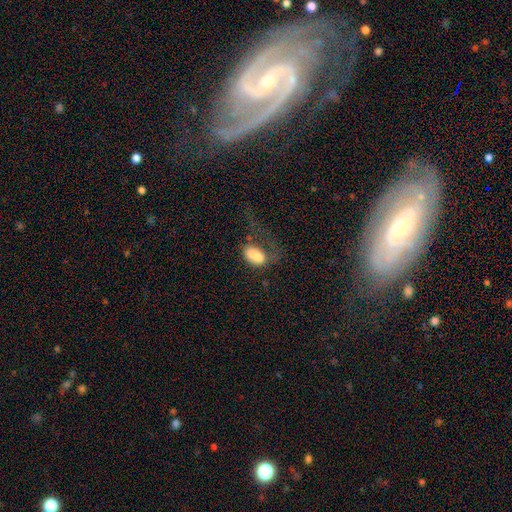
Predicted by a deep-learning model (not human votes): Smooth or featured?
  - smooth: 68% *
  - featured or disk: 23%
  - star or artifact: 10%
How rounded?
  - in between: 83% *
  - round: 15%
  - cigar-shaped: 2%
Merging?
  - major disturbance: 44% *
  - merger: 23%
  - none: 18%
  - minor disturbance: 16%